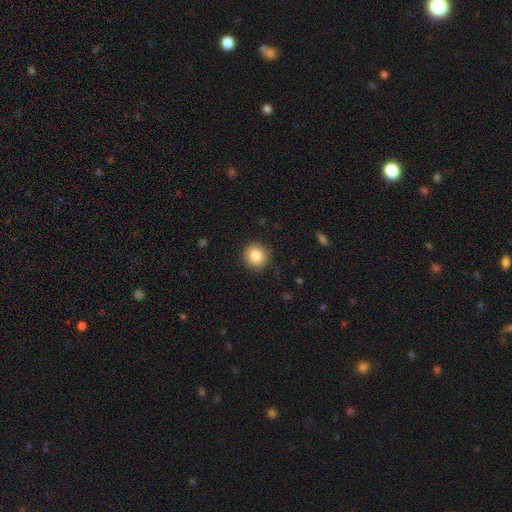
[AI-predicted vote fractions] A smooth galaxy with no disk features (84%) that is round (93%). Merging: none (91%).